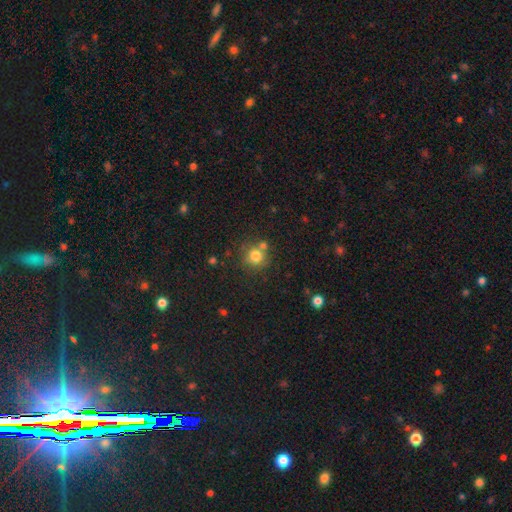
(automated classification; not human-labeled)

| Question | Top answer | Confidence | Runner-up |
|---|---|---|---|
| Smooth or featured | smooth | 78% | star or artifact (12%) |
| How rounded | round | 89% | in between (10%) |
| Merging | none | 65% | merger (19%) |